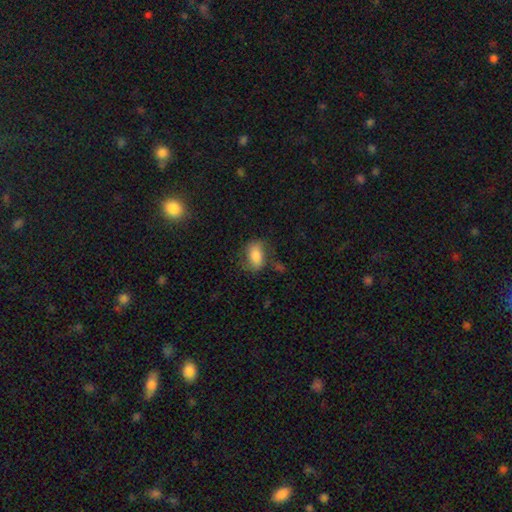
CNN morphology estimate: This is likely a smooth galaxy (72%). How rounded: clearly in between (85%). Merging: possibly none (58%).